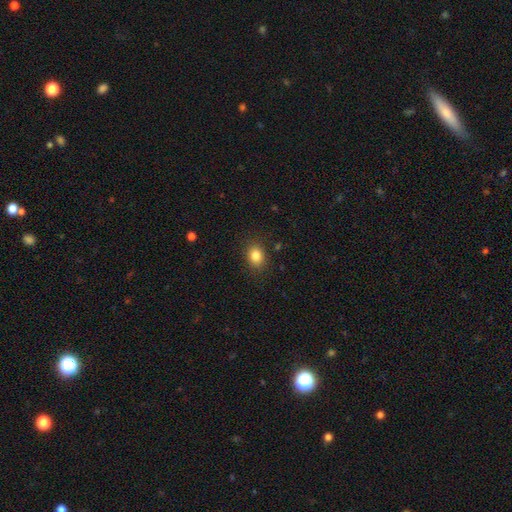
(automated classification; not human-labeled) The model was most divided on "how rounded": in between: 57%, round: 43%, cigar-shaped: 1%. More confident: merging — none (87%); smooth or featured — smooth (84%).